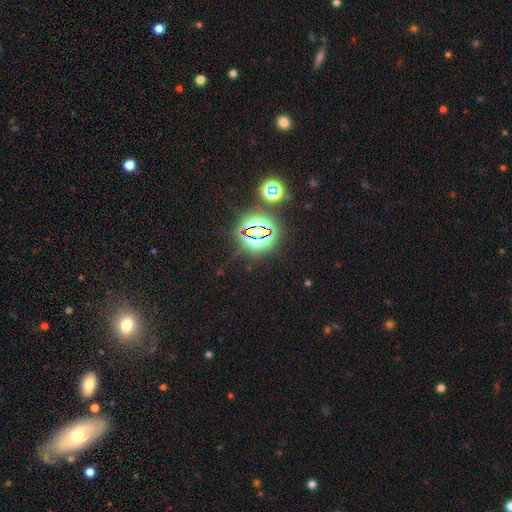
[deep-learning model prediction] Smooth or featured?
  - star or artifact: 70% *
  - smooth: 22%
  - featured or disk: 8%